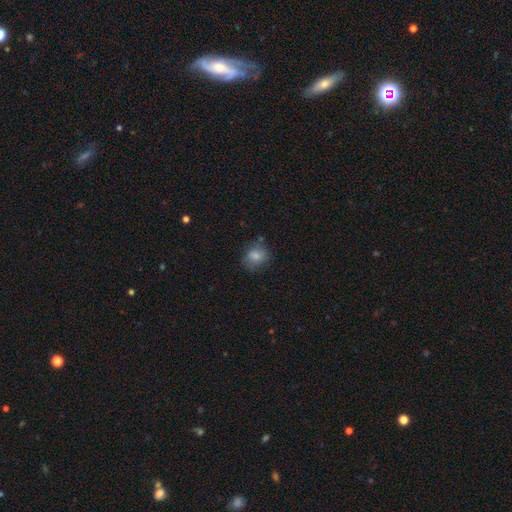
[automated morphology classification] Smooth or featured?
  - smooth: 78% *
  - featured or disk: 13%
  - star or artifact: 10%
How rounded?
  - round: 61% *
  - in between: 38%
  - cigar-shaped: 1%
Merging?
  - none: 66% *
  - minor disturbance: 22%
  - major disturbance: 8%
  - merger: 4%